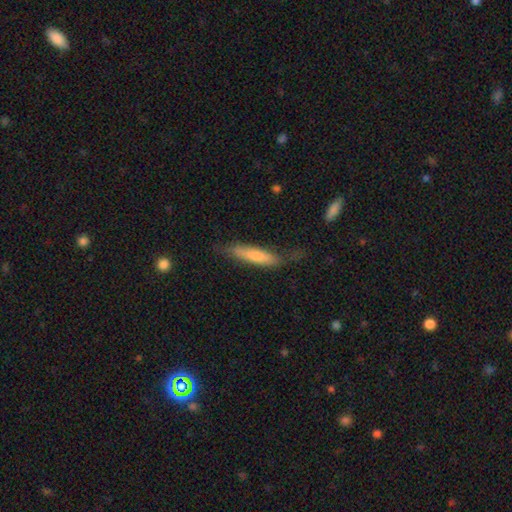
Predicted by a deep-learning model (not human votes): Morphology: type=smooth (71%); roundness=cigar-shaped (82%); merging=none (66%).